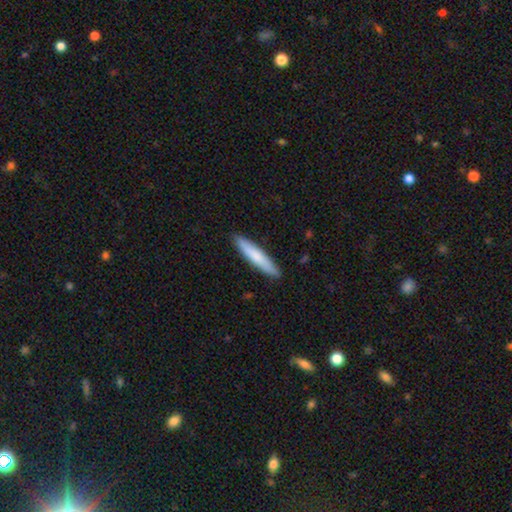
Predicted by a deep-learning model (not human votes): Smooth or featured: smooth — 75% (featured or disk — 20%)
How rounded: cigar-shaped — 90% (in between — 9%)
Merging: none — 90% (minor disturbance — 8%)